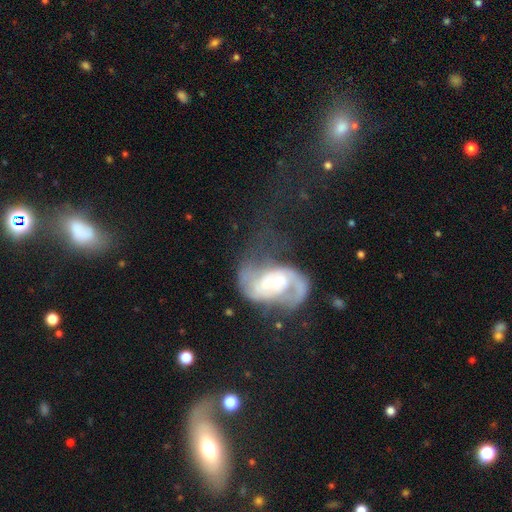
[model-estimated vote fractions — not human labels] Smooth or featured: featured or disk — 83% (smooth — 9%)
Edge-on disk: no — 97% (yes — 3%)
Bar: weak — 44% (no — 29%)
Spiral arms: yes — 92% (no — 8%)
Spiral winding: medium — 44% (loose — 41%)
Spiral arm count: 2 — 85% (can't tell — 6%)
Bulge size: moderate — 43% (small — 26%)
Merging: none — 44% (major disturbance — 30%)